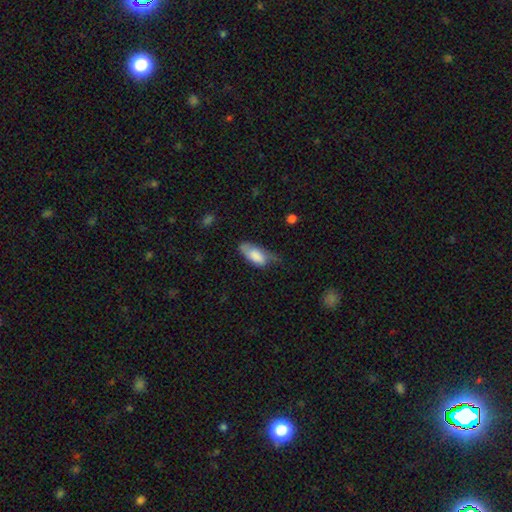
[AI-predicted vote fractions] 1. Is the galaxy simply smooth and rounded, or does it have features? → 76% smooth, 18% featured or disk, 6% star or artifact.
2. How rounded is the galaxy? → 87% in between, 11% cigar-shaped, 2% round.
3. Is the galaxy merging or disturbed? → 42% minor disturbance, 34% none, 21% major disturbance, 2% merger.